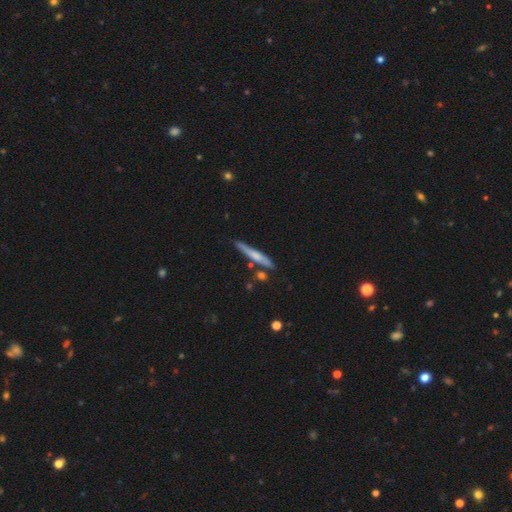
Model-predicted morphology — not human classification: A smooth galaxy with no disk features (55%) that is cigar-shaped (94%). Merging: none (78%).